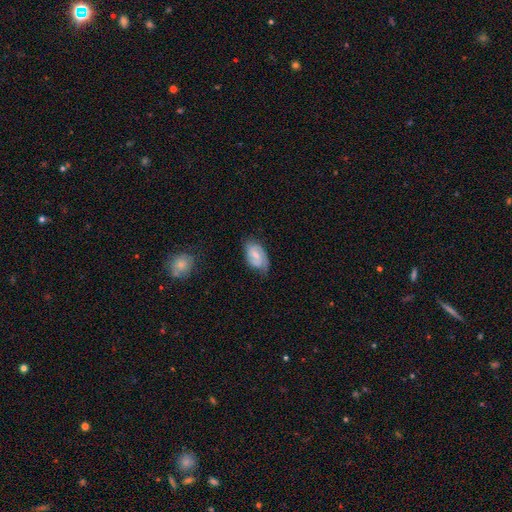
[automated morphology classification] Overall: featured or disk (55%; smooth 39%). Edge-on disk: no (96%). Bar: weak (53%; no 31%). Spiral arms: yes (83%). Bulge size: small (49%; moderate 44%). Merging: none (66%; minor disturbance 27%).